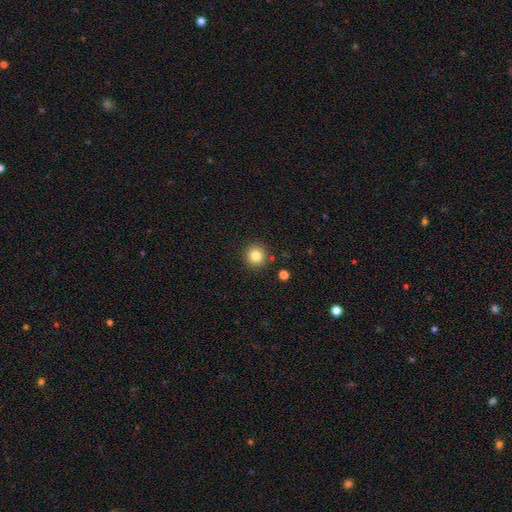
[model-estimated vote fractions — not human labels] Smooth or featured: smooth — 82% (star or artifact — 11%)
How rounded: round — 94% (in between — 5%)
Merging: none — 89% (minor disturbance — 6%)